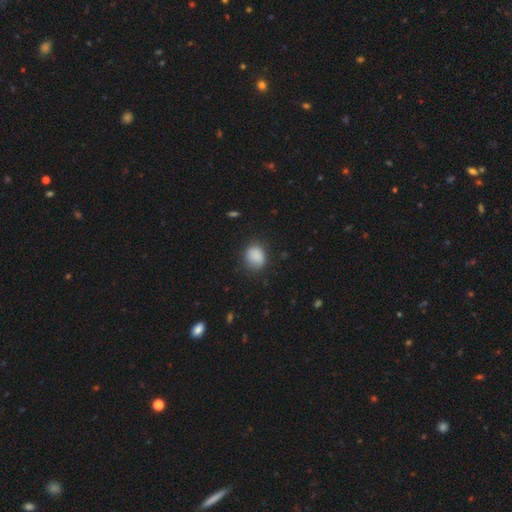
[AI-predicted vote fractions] The model was most divided on "how rounded": round: 58%, in between: 41%, cigar-shaped: 1%. More confident: smooth or featured — smooth (86%); merging — none (76%).